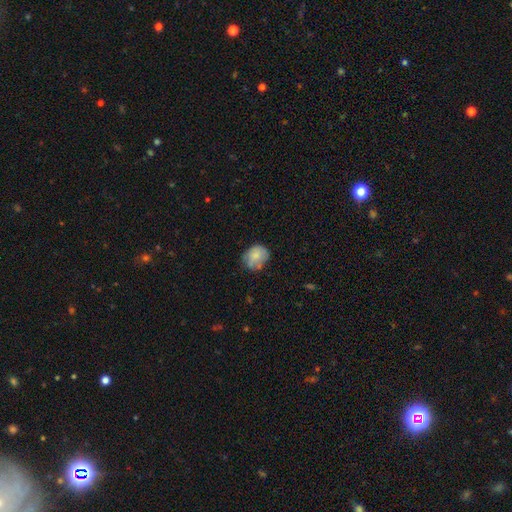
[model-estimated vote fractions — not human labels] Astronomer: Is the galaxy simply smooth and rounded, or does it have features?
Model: smooth — 75%.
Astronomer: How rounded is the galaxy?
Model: round — 59% (runner-up: in between, 40%).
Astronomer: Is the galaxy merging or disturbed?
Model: none — 58%.